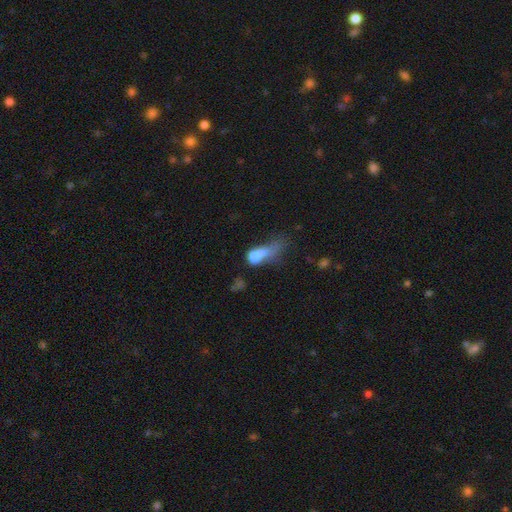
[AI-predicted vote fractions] Smooth or featured? smooth (61%)
How rounded? in between (63%)
Merging? major disturbance (42%)